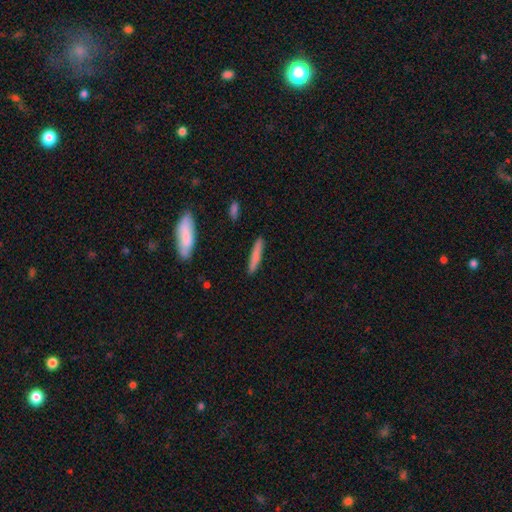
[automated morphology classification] type=smooth (76%); roundness=cigar-shaped (92%); merging=none (89%).